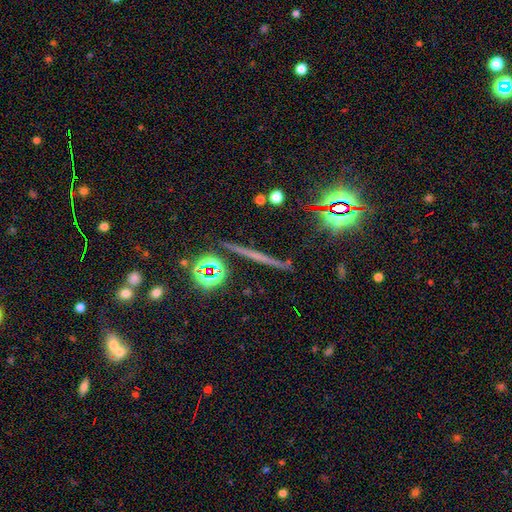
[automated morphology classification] This is marginally a featured or disk galaxy (40%). Merging: clearly none (88%).